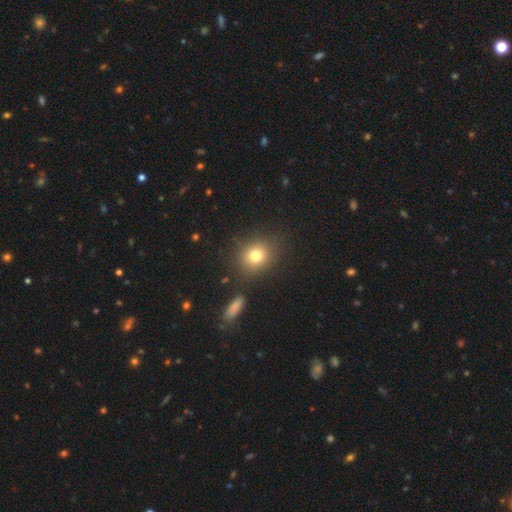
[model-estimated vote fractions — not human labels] A smooth galaxy with no disk features (78%) that is round (76%). Merging: none (82%).